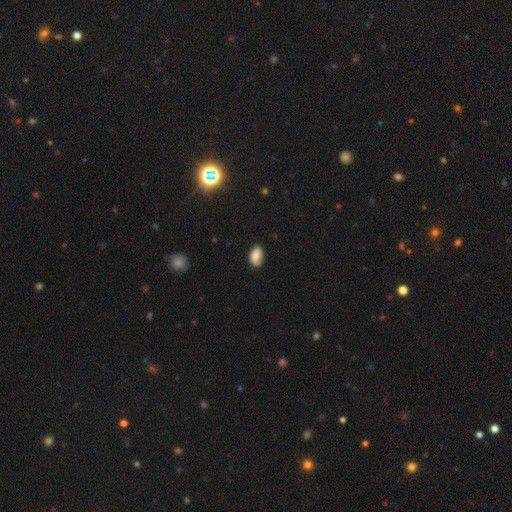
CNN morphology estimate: Smooth or featured: smooth — 73% (featured or disk — 19%)
How rounded: in between — 89% (round — 9%)
Merging: none — 66% (minor disturbance — 26%)